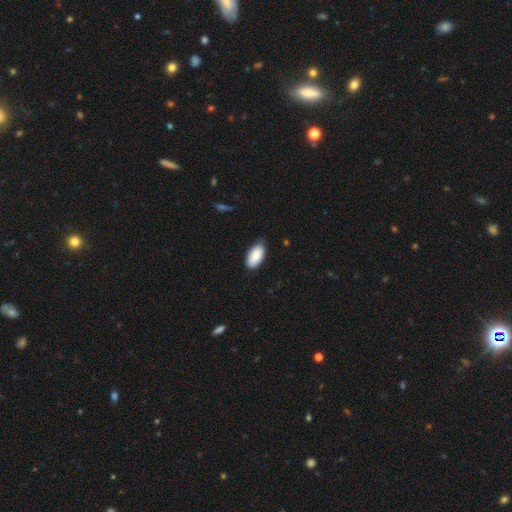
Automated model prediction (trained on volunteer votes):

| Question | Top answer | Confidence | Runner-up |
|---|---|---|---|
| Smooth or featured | smooth | 87% | featured or disk (7%) |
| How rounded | in between | 95% | cigar-shaped (3%) |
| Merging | none | 78% | minor disturbance (18%) |